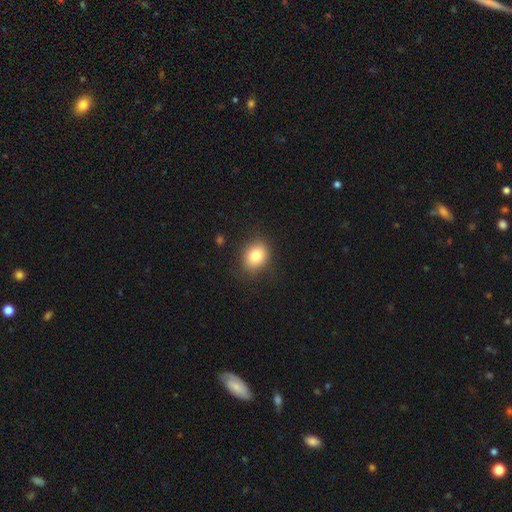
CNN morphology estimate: Smooth or featured? smooth (82%)
How rounded? in between (53%)
Merging? none (83%)